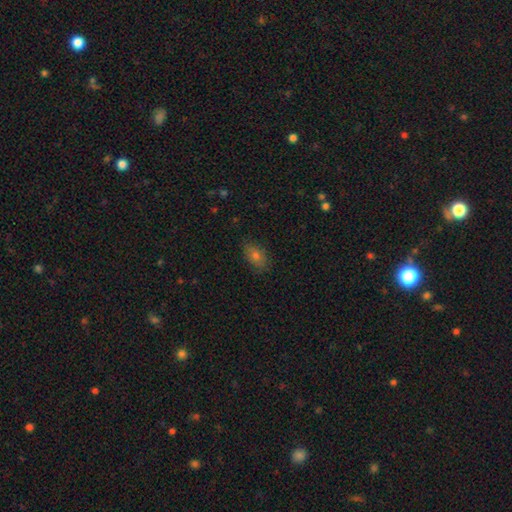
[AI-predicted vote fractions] This appears to be a smooth galaxy with no disk features (70%) that is in between round and cigar-shaped (84%). Merging: none (81%).